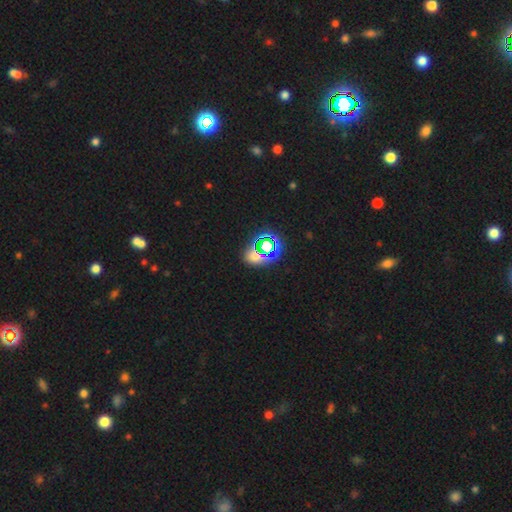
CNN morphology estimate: Smooth or featured?
  - star or artifact: 59% *
  - smooth: 31%
  - featured or disk: 10%